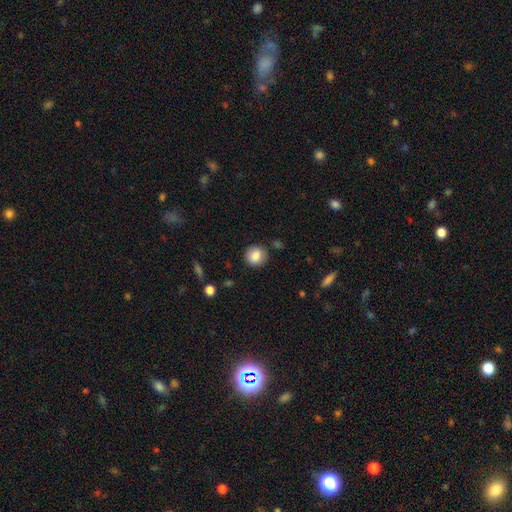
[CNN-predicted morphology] smooth_or_featured: smooth (p=0.83) [alt: star or artifact p=0.08]
how_rounded: round (p=0.88) [alt: in between p=0.11]
merging: none (p=0.87) [alt: minor disturbance p=0.09]